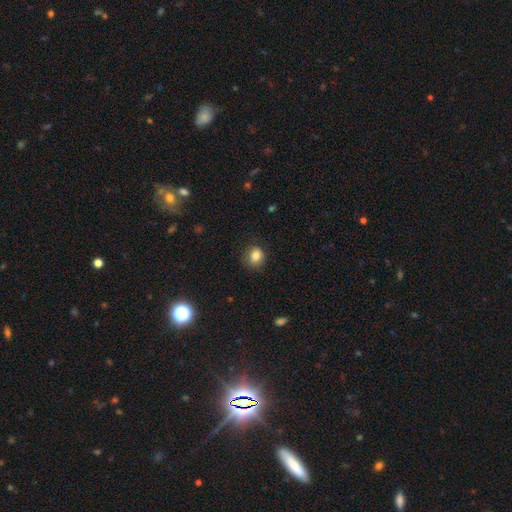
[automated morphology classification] smooth_or_featured: smooth (p=0.84) [alt: star or artifact p=0.10]
how_rounded: round (p=0.67) [alt: in between p=0.32]
merging: none (p=0.79) [alt: minor disturbance p=0.15]